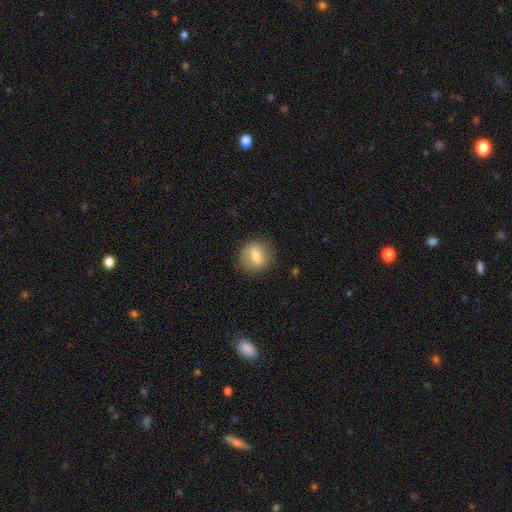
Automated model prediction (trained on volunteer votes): smooth 65%, featured or disk 26%, star or artifact 9%. Down the decision tree: how rounded — round (74%); merging — none (83%).